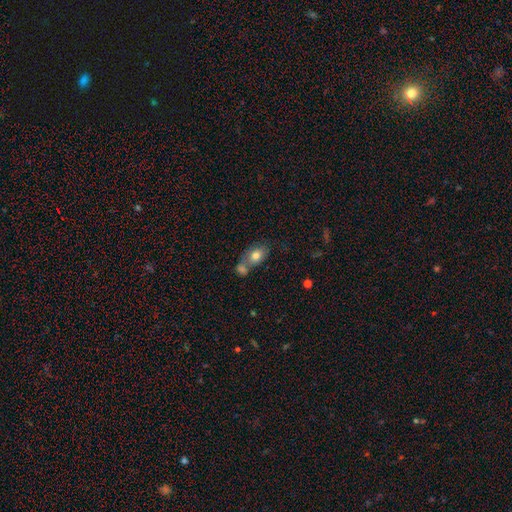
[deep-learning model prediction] smooth 77%, featured or disk 14%, star or artifact 9%. Down the decision tree: how rounded — in between (72%); merging — merger (47%).